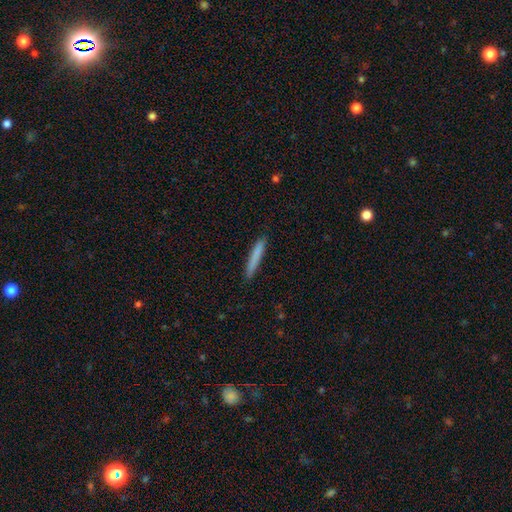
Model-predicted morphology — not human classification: type=smooth (79%); roundness=cigar-shaped (96%); merging=none (90%).